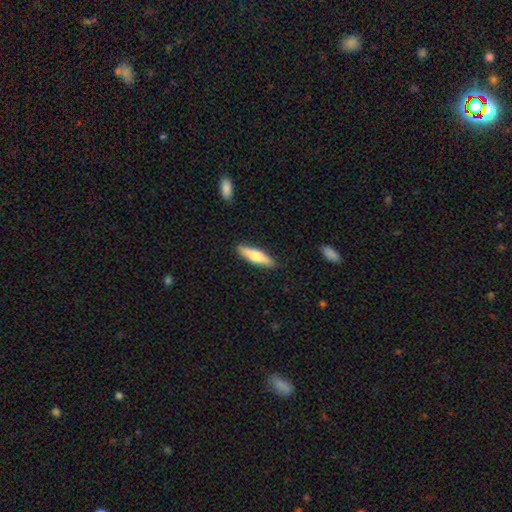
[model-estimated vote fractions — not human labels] A smooth galaxy with no disk features (63%) that is cigar-shaped (73%).

Vote fractions:
- Smooth or featured? smooth: 63% / featured or disk: 32% / star or artifact: 5%
- How rounded? cigar-shaped: 73% / in between: 25% / round: 2%
- Merging? none: 89% / minor disturbance: 8% / major disturbance: 2% / merger: 1%